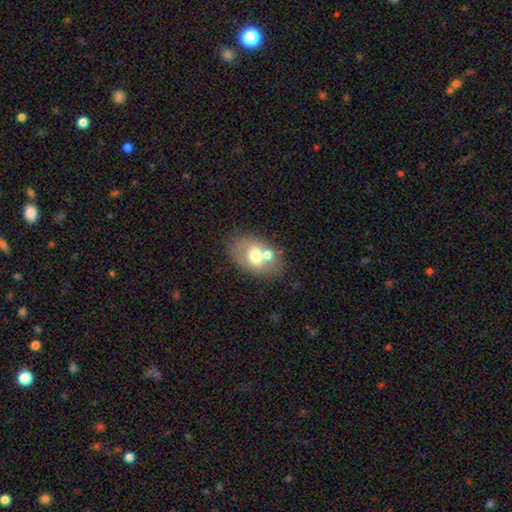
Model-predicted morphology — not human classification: type=smooth (60%); roundness=in between (80%); merging=none (54%).